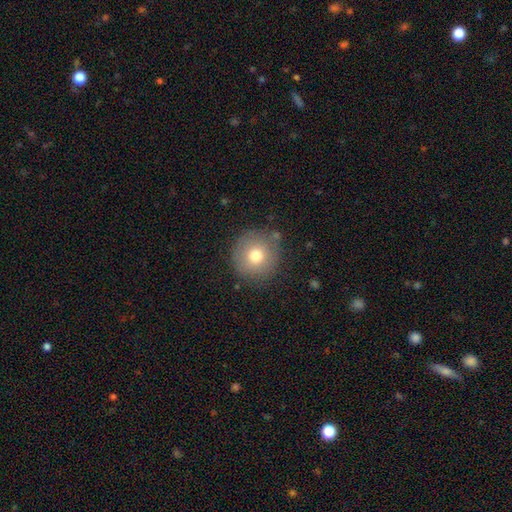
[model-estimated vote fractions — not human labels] A smooth galaxy with no disk features (75%) that is round (94%).

Vote fractions:
- Smooth or featured? smooth: 75% / featured or disk: 15% / star or artifact: 11%
- How rounded? round: 94% / in between: 5% / cigar-shaped: 1%
- Merging? none: 83% / minor disturbance: 11% / major disturbance: 4% / merger: 2%